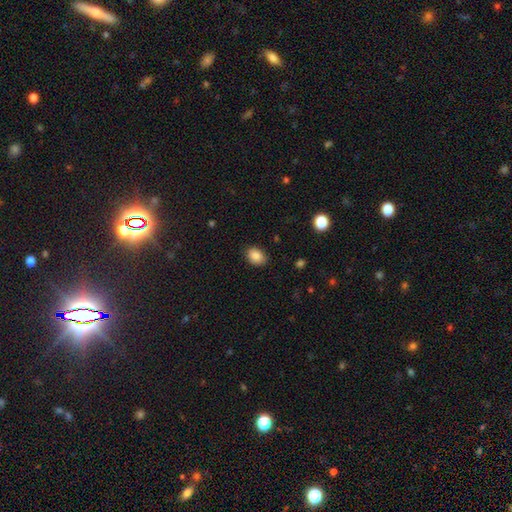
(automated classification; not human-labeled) A smooth galaxy with no disk features (86%) that is in between round and cigar-shaped (71%). Merging: none (84%).